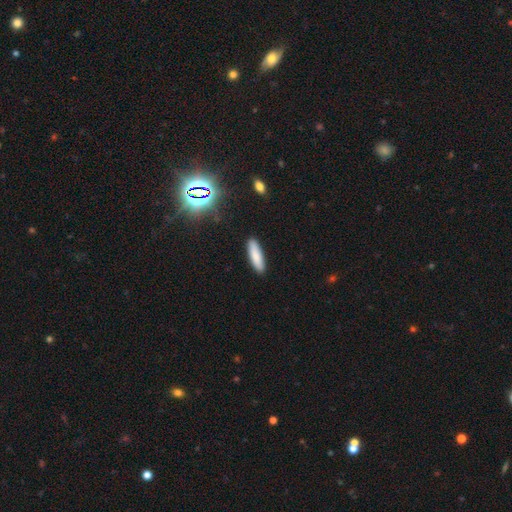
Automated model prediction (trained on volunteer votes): smooth 84%, featured or disk 9%, star or artifact 7%. Down the decision tree: how rounded — cigar-shaped (65%); merging — none (90%).